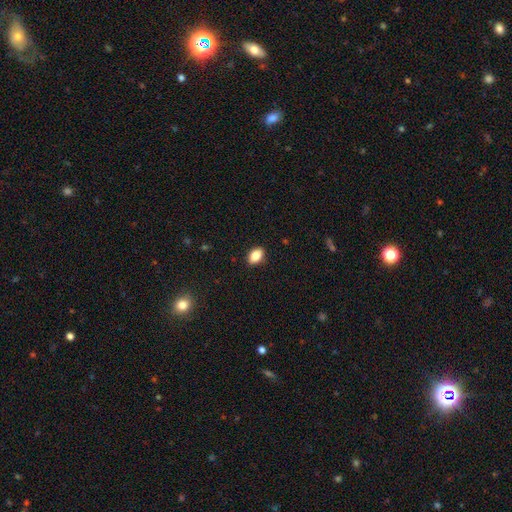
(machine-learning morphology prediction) type=smooth (86%); roundness=in between (87%); merging=none (89%).